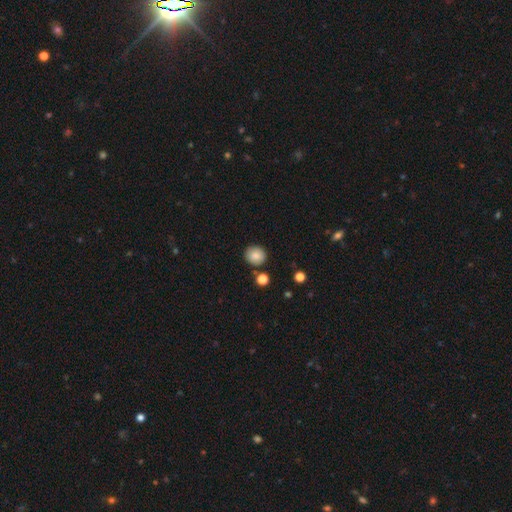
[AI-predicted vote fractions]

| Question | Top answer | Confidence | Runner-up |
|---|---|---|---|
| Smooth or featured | smooth | 85% | star or artifact (9%) |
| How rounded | round | 87% | in between (13%) |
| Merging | none | 85% | minor disturbance (8%) |